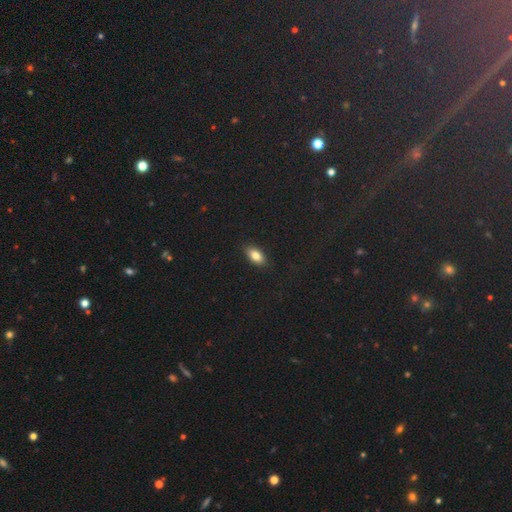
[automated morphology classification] A smooth galaxy with no disk features (82%) that is in between round and cigar-shaped (90%). Merging: none (89%).